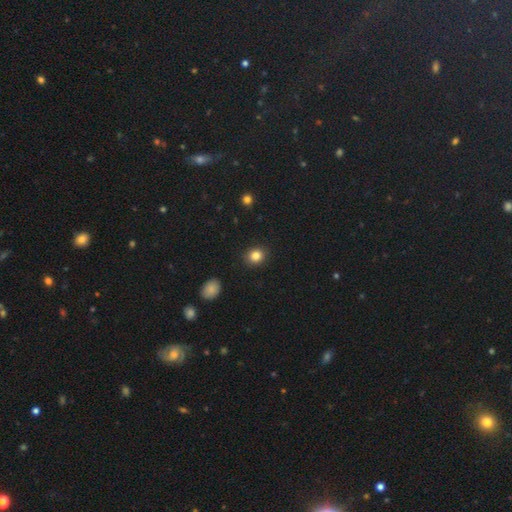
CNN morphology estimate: smooth-or-featured: smooth: 85% | star or artifact: 11% | featured or disk: 5%
  how-rounded: round: 74% | in between: 25% | cigar-shaped: 1%
  merging: none: 89% | minor disturbance: 7% | major disturbance: 2% | merger: 1%